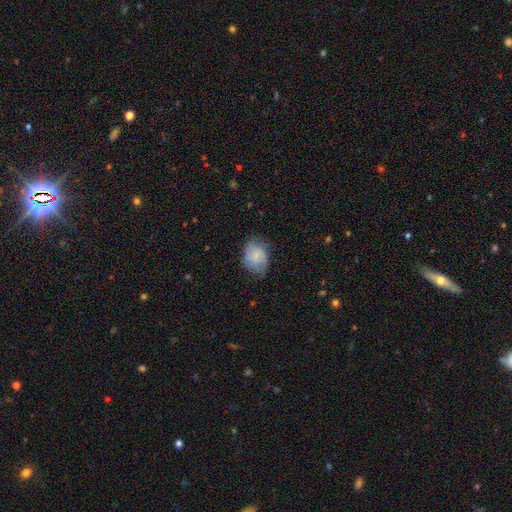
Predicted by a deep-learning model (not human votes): Q: Smooth or featured?
A: smooth (67%); runner-up: featured or disk (25%)
Q: How rounded?
A: in between (65%); runner-up: round (34%)
Q: Merging?
A: none (59%); runner-up: minor disturbance (30%)